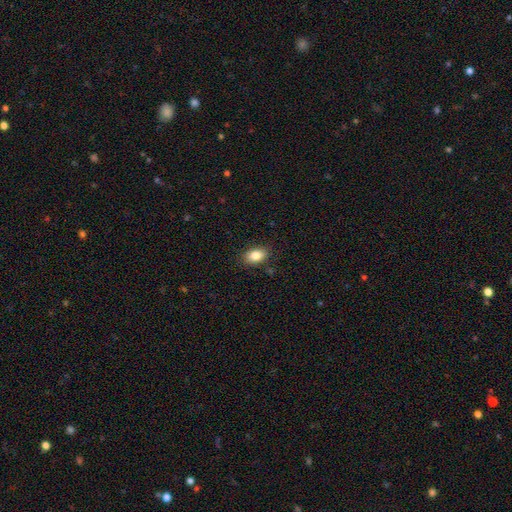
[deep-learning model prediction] Smooth or featured?
  - smooth: 84% *
  - star or artifact: 8%
  - featured or disk: 8%
How rounded?
  - in between: 87% *
  - round: 12%
  - cigar-shaped: 2%
Merging?
  - none: 86% *
  - minor disturbance: 10%
  - major disturbance: 2%
  - merger: 1%